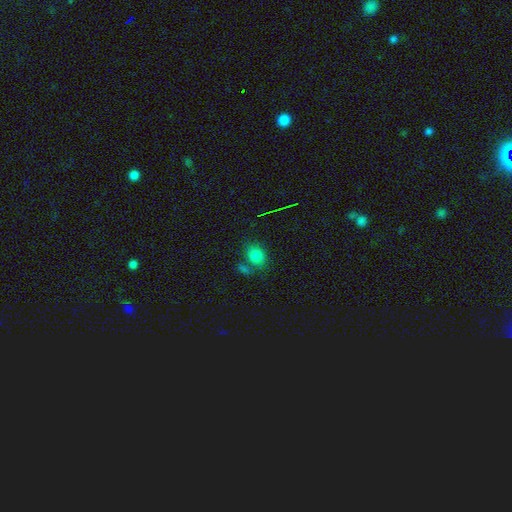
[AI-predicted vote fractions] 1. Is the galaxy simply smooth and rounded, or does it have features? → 78% smooth, 14% star or artifact, 8% featured or disk.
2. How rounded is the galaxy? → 57% in between, 42% round, 2% cigar-shaped.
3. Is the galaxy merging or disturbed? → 59% none, 18% merger, 17% minor disturbance, 7% major disturbance.